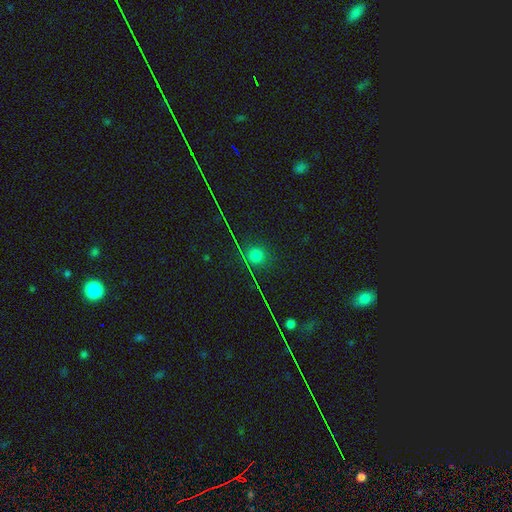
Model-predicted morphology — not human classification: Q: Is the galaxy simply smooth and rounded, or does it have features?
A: smooth — 56%.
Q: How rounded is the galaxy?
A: round — 89%.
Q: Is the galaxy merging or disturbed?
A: none — 84%.